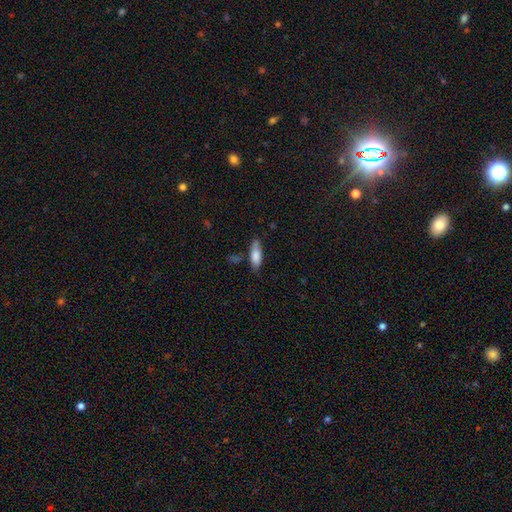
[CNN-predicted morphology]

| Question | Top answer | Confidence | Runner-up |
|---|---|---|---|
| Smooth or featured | smooth | 78% | featured or disk (15%) |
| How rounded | in between | 63% | cigar-shaped (34%) |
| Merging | none | 64% | minor disturbance (24%) |